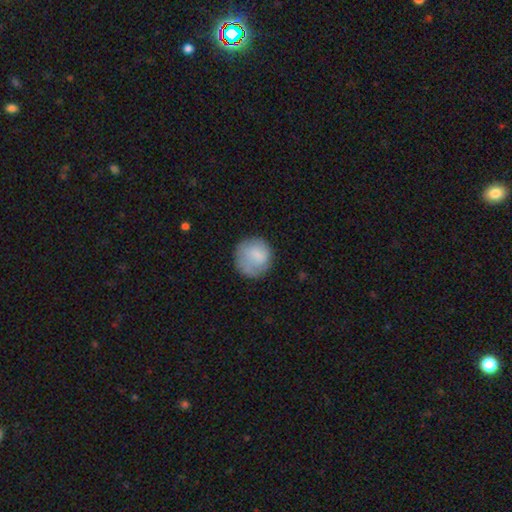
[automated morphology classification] Smooth or featured? Predicted: smooth (p=0.77). How rounded? Predicted: round (p=0.90). Merging? Predicted: none (p=0.72).